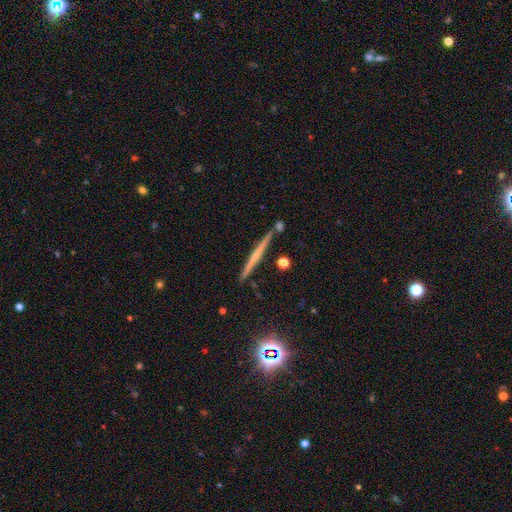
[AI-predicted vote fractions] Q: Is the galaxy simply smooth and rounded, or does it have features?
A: featured or disk — 61%.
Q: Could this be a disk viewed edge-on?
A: yes — 97%.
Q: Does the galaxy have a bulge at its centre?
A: none — 52%.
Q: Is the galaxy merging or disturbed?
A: none — 86%.